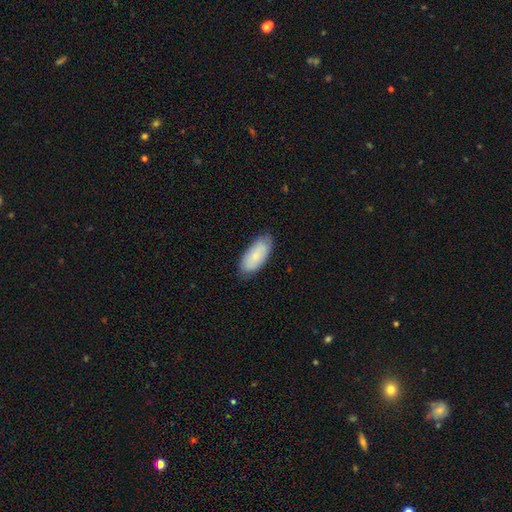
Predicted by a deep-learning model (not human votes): smooth 78%, featured or disk 16%, star or artifact 6%. Down the decision tree: how rounded — in between (90%); merging — none (81%).